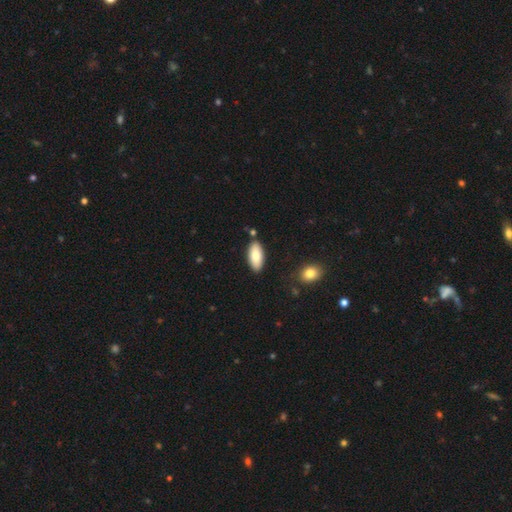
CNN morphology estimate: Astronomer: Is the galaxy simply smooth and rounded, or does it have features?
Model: smooth — 83%.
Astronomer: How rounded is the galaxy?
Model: in between — 89%.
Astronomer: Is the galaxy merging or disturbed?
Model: none — 84%.